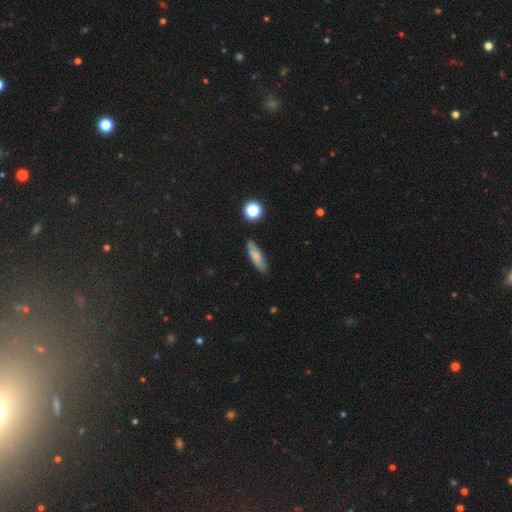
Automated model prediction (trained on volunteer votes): Smooth or featured? Predicted: smooth (p=0.73). How rounded? Predicted: cigar-shaped (p=0.55). Merging? Predicted: none (p=0.80).